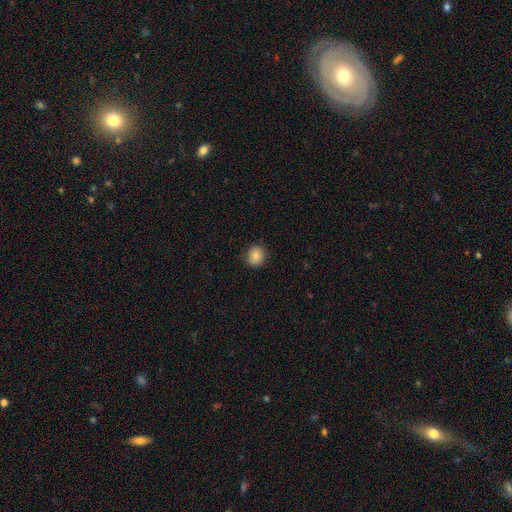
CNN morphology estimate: smooth 83%, star or artifact 9%, featured or disk 7%. Down the decision tree: how rounded — round (71%); merging — none (85%).